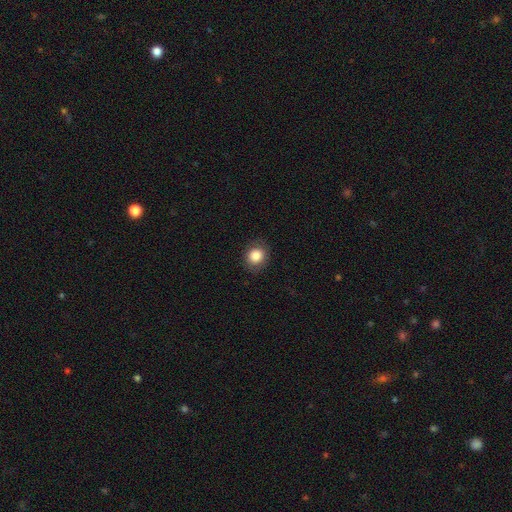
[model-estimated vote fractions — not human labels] smooth 85%, star or artifact 9%, featured or disk 6%. Down the decision tree: how rounded — round (70%); merging — none (85%).